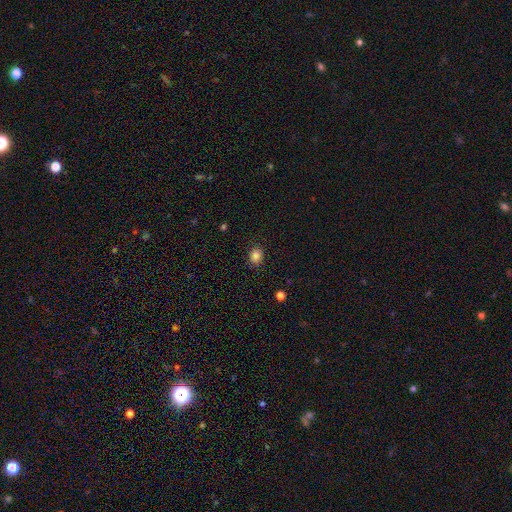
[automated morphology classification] The model was most divided on "how rounded": round: 66%, in between: 33%, cigar-shaped: 1%. More confident: merging — none (87%); smooth or featured — smooth (84%).